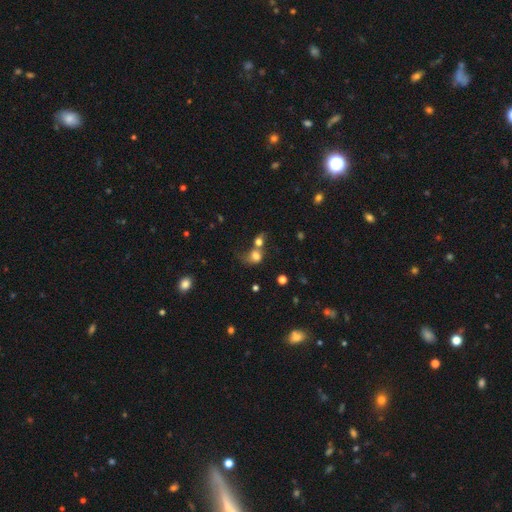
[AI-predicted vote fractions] smooth_or_featured: smooth (p=0.71) [alt: featured or disk p=0.16]
how_rounded: round (p=0.58) [alt: in between p=0.41]
merging: merger (p=0.57) [alt: none p=0.19]